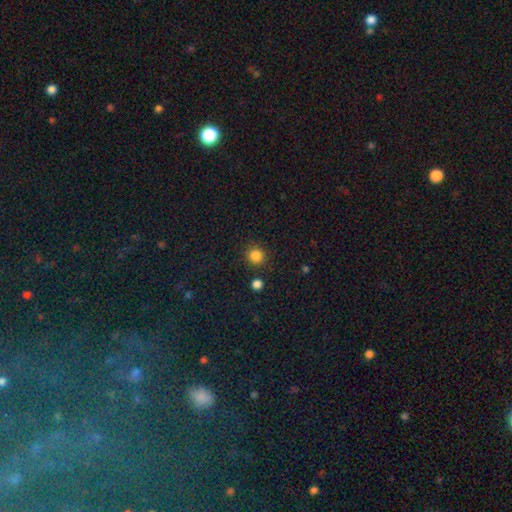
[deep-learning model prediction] A smooth galaxy with no disk features (84%) that is round (92%). Merging: none (87%).